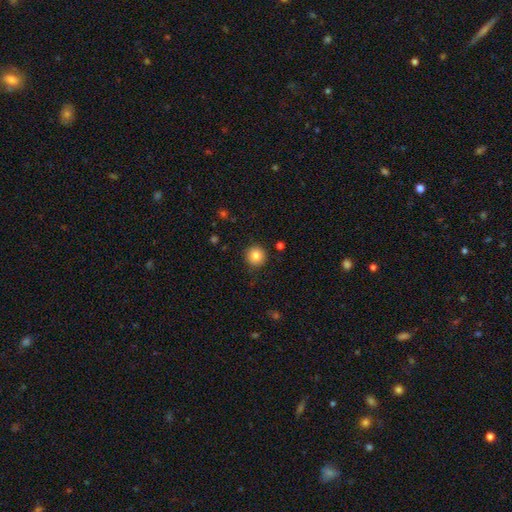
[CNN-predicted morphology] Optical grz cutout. It shows a smooth galaxy with no disk features (84%) that is round (95%). Merging: none (91%).